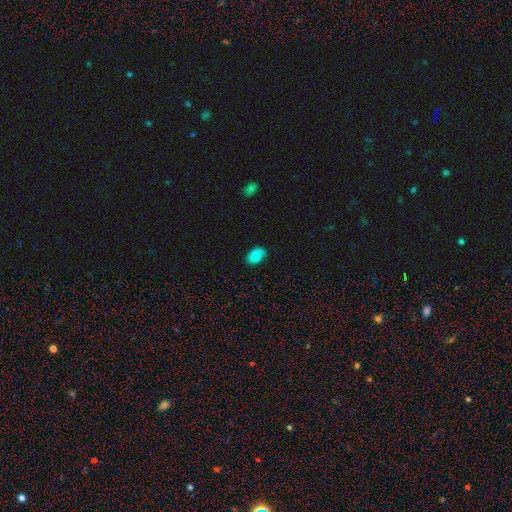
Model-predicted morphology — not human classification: Q: Smooth or featured?
A: smooth (82%); runner-up: star or artifact (10%)
Q: How rounded?
A: in between (85%); runner-up: round (14%)
Q: Merging?
A: none (74%); runner-up: minor disturbance (20%)